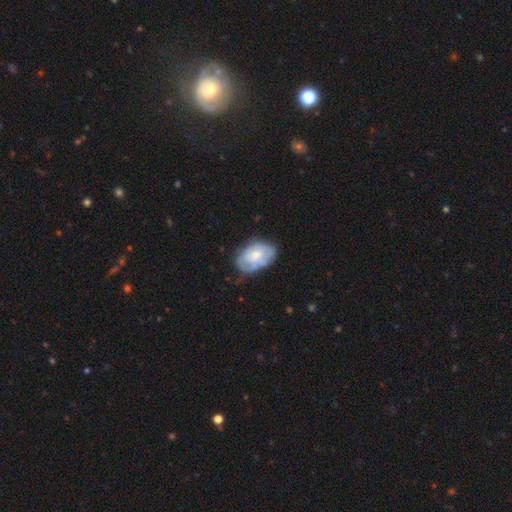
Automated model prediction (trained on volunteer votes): Smooth or featured: smooth — 49% (featured or disk — 45%)
Merging: none — 56% (minor disturbance — 31%)